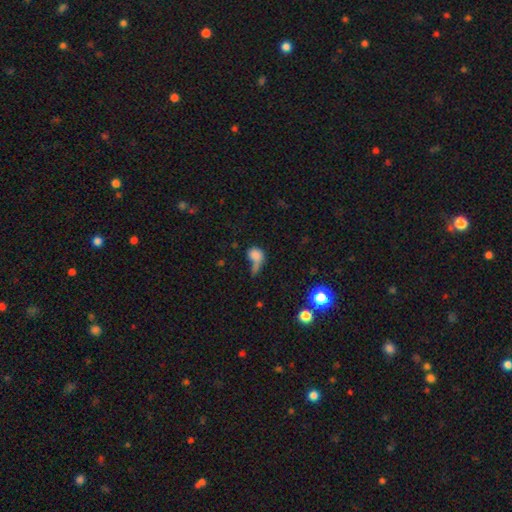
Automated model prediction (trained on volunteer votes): This appears to be a smooth galaxy with no disk features (74%) that is round (54%). Merging: merger (29%).